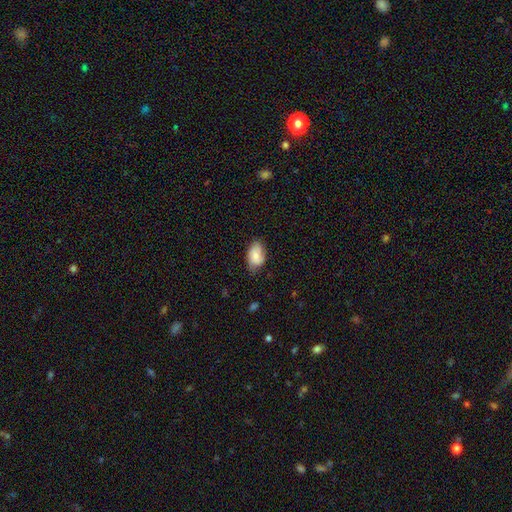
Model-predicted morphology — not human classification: Smooth or featured: smooth — 76% (featured or disk — 17%)
How rounded: in between — 89% (round — 10%)
Merging: none — 63% (minor disturbance — 30%)